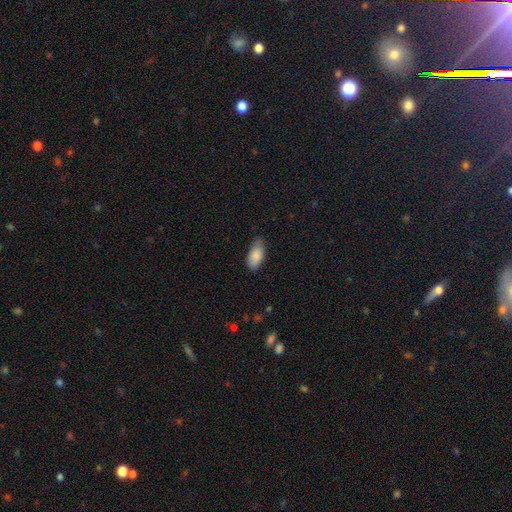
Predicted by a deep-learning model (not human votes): Smooth or featured? Predicted: smooth (p=0.88). How rounded? Predicted: in between (p=0.90). Merging? Predicted: none (p=0.76).